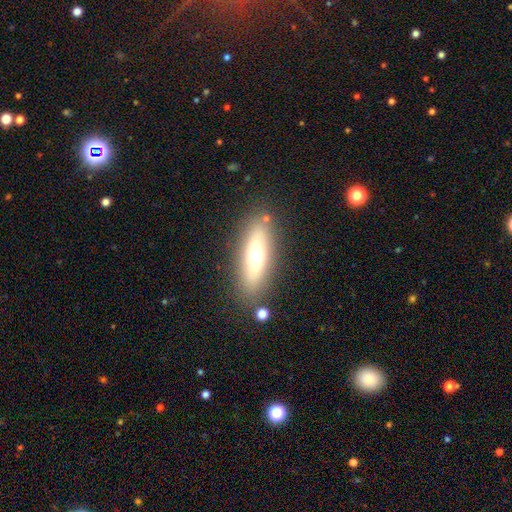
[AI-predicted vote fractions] A smooth galaxy with no disk features (55%) that is cigar-shaped (53%).

Vote fractions:
- Smooth or featured? smooth: 55% / featured or disk: 37% / star or artifact: 8%
- How rounded? cigar-shaped: 53% / in between: 45% / round: 2%
- Merging? none: 82% / minor disturbance: 11% / merger: 3% / major disturbance: 3%